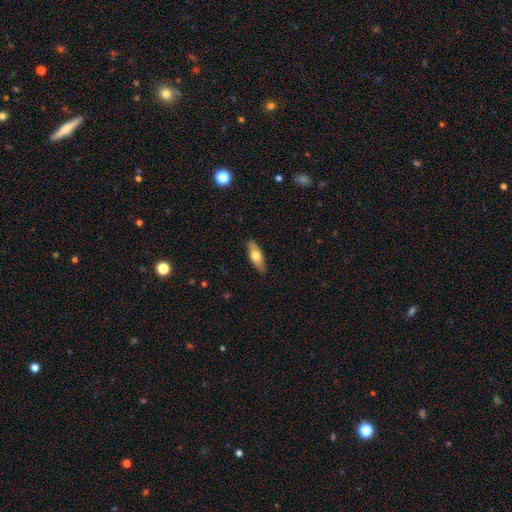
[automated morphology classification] Smooth or featured?
  - smooth: 64% *
  - featured or disk: 30%
  - star or artifact: 6%
How rounded?
  - in between: 65% *
  - cigar-shaped: 32%
  - round: 3%
Merging?
  - none: 87% *
  - minor disturbance: 10%
  - major disturbance: 2%
  - merger: 1%